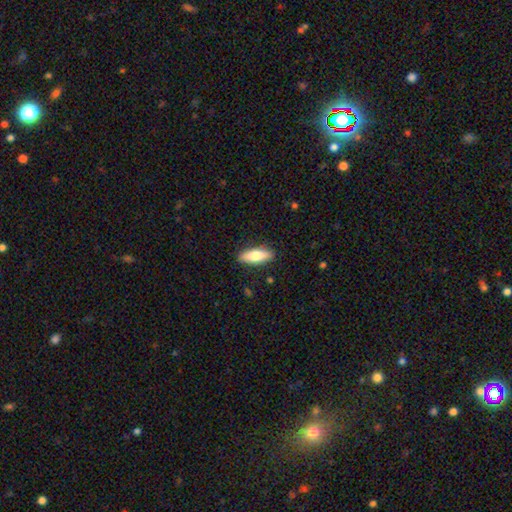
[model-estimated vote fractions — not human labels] The model was most divided on "how rounded": in between: 62%, cigar-shaped: 36%, round: 2%. More confident: merging — none (88%); smooth or featured — smooth (76%).